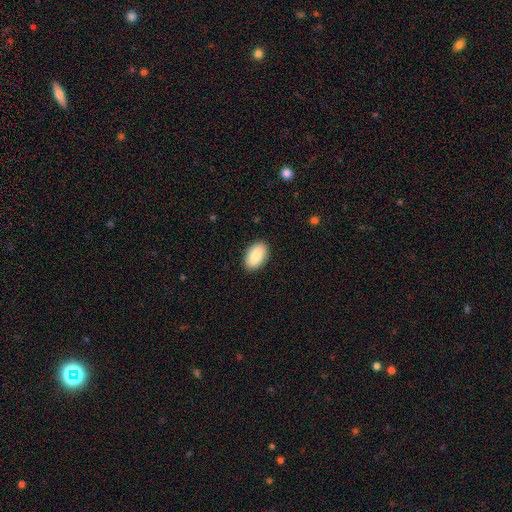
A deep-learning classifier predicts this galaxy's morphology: Smooth or featured?
  - smooth: 87% *
  - featured or disk: 7%
  - star or artifact: 6%
How rounded?
  - in between: 94% *
  - round: 5%
  - cigar-shaped: 2%
Merging?
  - none: 89% *
  - minor disturbance: 8%
  - major disturbance: 2%
  - merger: 1%